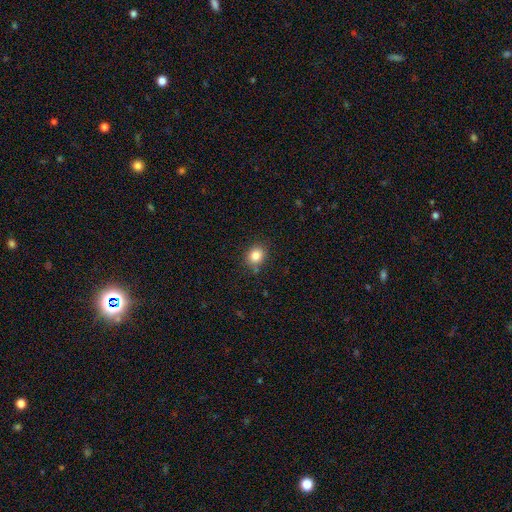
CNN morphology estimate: This is clearly a smooth galaxy (84%). How rounded: likely round (62%). Merging: clearly none (82%).